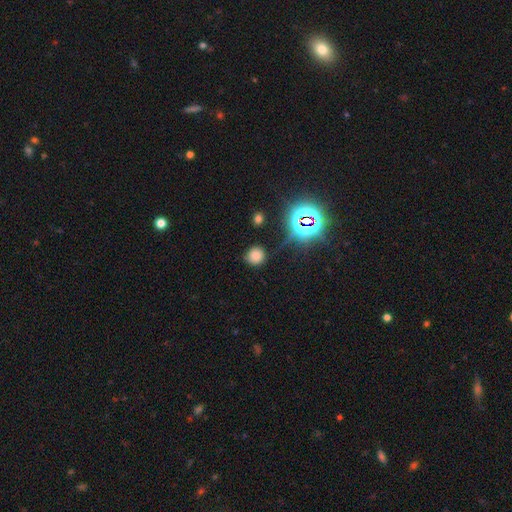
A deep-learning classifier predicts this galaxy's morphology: Smooth or featured?
  - smooth: 71% *
  - star or artifact: 22%
  - featured or disk: 7%
How rounded?
  - round: 89% *
  - in between: 10%
  - cigar-shaped: 1%
Merging?
  - none: 79% *
  - minor disturbance: 14%
  - major disturbance: 5%
  - merger: 3%